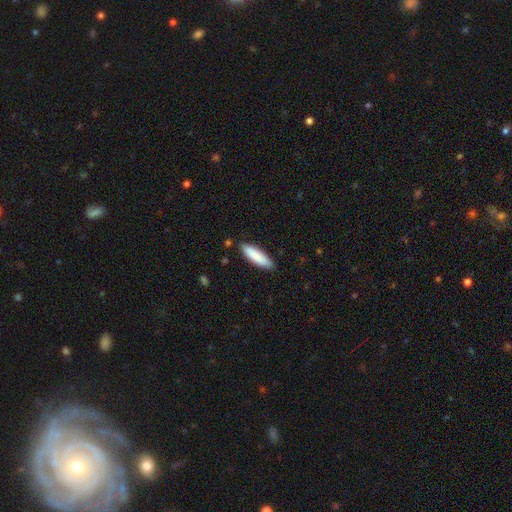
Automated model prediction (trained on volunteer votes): smooth-or-featured: smooth: 87% | featured or disk: 8% | star or artifact: 5%
  how-rounded: cigar-shaped: 57% | in between: 41% | round: 1%
  merging: none: 86% | minor disturbance: 11% | major disturbance: 2% | merger: 1%